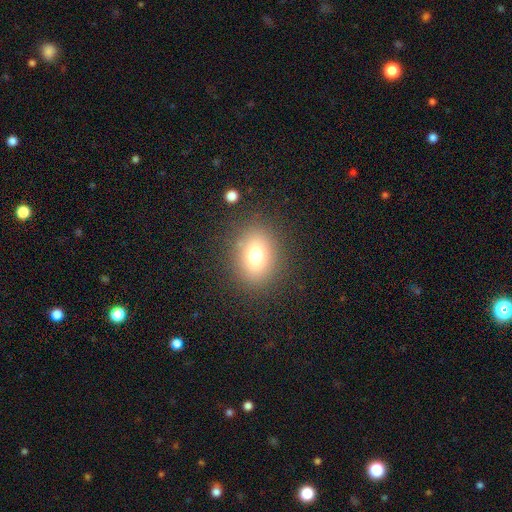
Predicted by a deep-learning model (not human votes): A smooth galaxy with no disk features (73%) that is in between round and cigar-shaped (52%). Merging: none (84%).